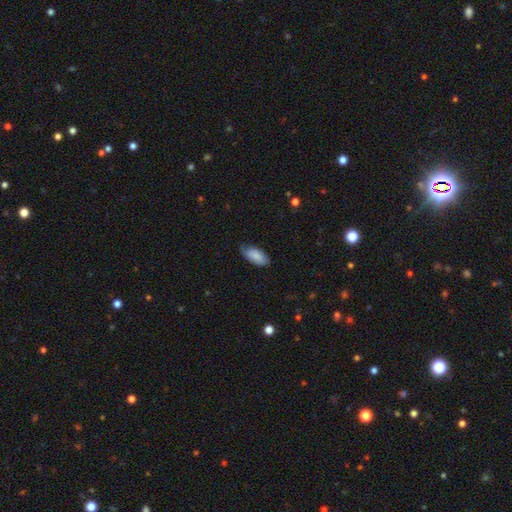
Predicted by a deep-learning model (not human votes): Smooth or featured? Predicted: smooth (p=0.83). How rounded? Predicted: in between (p=0.92). Merging? Predicted: none (p=0.68).